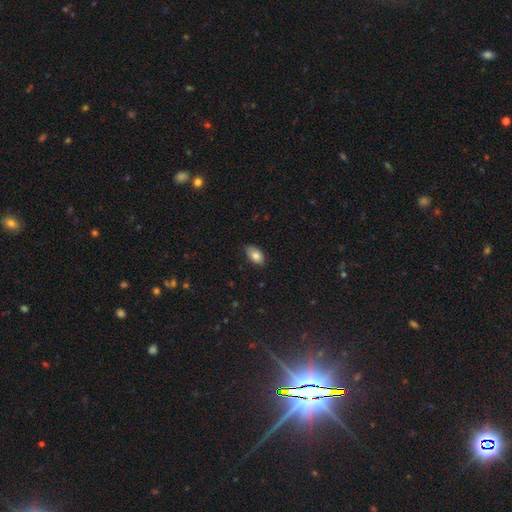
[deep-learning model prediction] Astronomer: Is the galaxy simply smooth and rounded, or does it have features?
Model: smooth — 82%.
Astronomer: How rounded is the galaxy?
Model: in between — 92%.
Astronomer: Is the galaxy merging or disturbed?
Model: none — 76%.